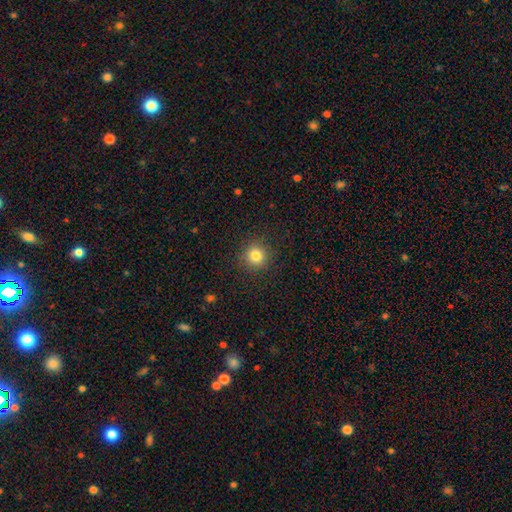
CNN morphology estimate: The model was most divided on "smooth or featured": smooth: 82%, star or artifact: 12%, featured or disk: 6%. More confident: how rounded — round (93%); merging — none (90%).